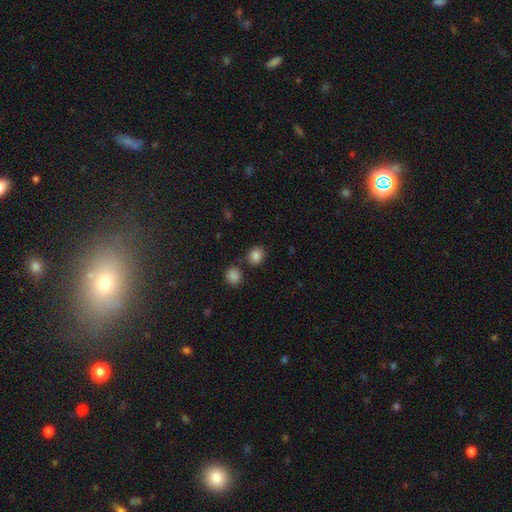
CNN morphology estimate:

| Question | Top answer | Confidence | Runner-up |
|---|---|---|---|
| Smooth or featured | smooth | 85% | star or artifact (11%) |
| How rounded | round | 69% | in between (30%) |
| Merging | none | 75% | merger (11%) |